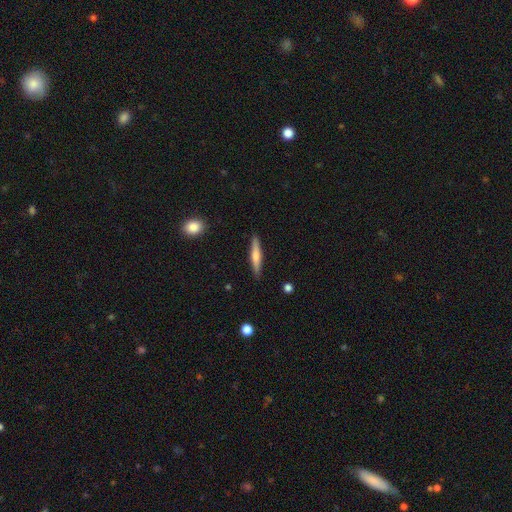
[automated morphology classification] This is possibly a smooth galaxy (50%). How rounded: clearly cigar-shaped (91%). Merging: clearly none (89%).